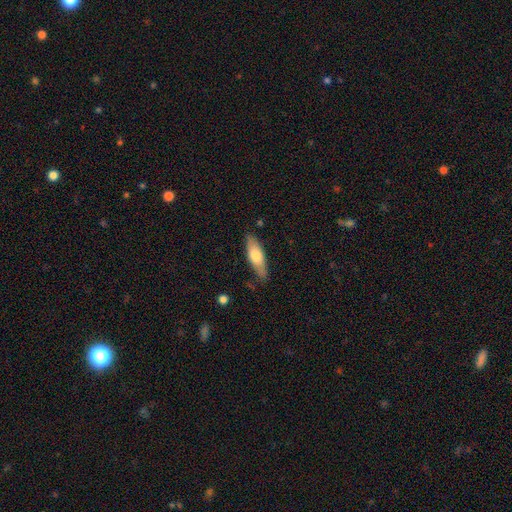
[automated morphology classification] This appears to be a smooth galaxy with no disk features (61%) that is in between round and cigar-shaped (50%). Merging: none (81%).